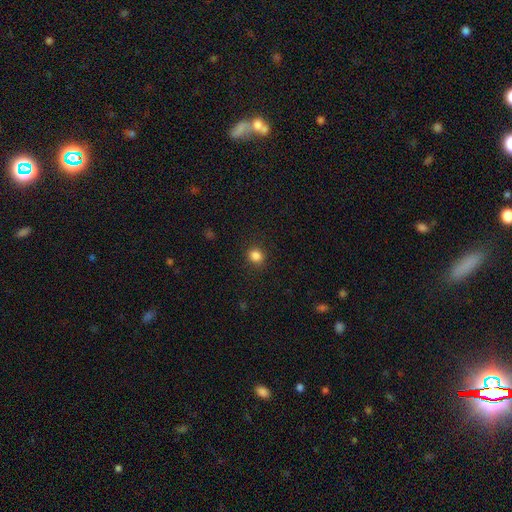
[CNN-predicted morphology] A smooth galaxy with no disk features (85%) that is round (81%).

Vote fractions:
- Smooth or featured? smooth: 85% / star or artifact: 12% / featured or disk: 4%
- How rounded? round: 81% / in between: 18% / cigar-shaped: 1%
- Merging? none: 90% / minor disturbance: 7% / major disturbance: 2% / merger: 1%